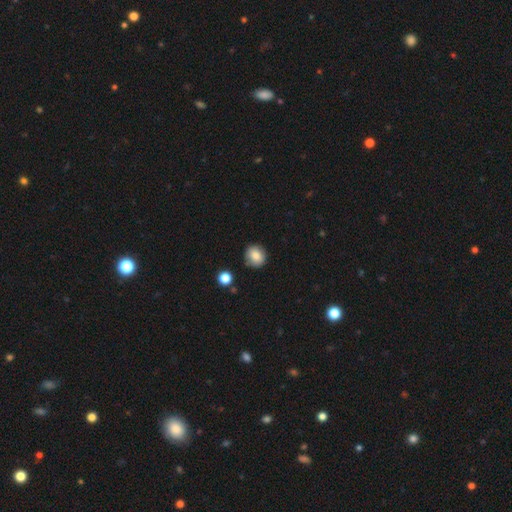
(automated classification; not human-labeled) Morphology: type=smooth (82%); roundness=round (84%); merging=none (85%).